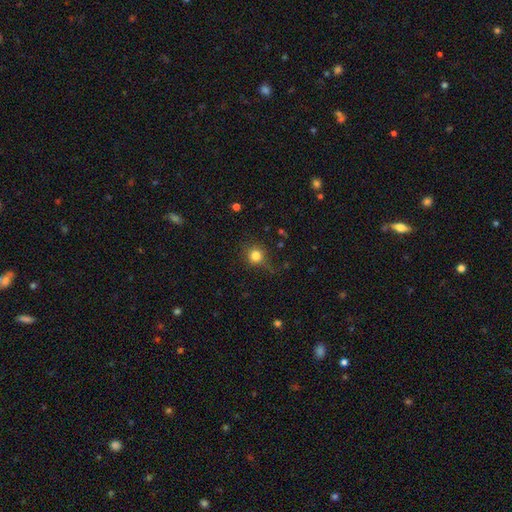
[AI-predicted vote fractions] Smooth or featured?
  - smooth: 79% *
  - star or artifact: 13%
  - featured or disk: 8%
How rounded?
  - round: 91% *
  - in between: 8%
  - cigar-shaped: 1%
Merging?
  - none: 72% *
  - minor disturbance: 18%
  - major disturbance: 7%
  - merger: 2%